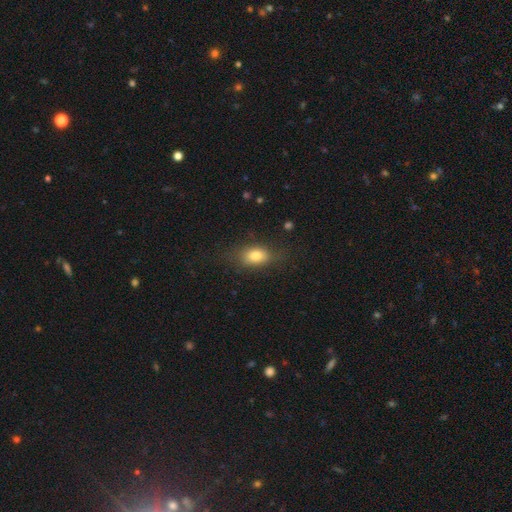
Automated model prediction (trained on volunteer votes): The model was most divided on "merging": none: 70%, minor disturbance: 19%, major disturbance: 9%, merger: 1%. More confident: how rounded — in between (82%); smooth or featured — smooth (78%).